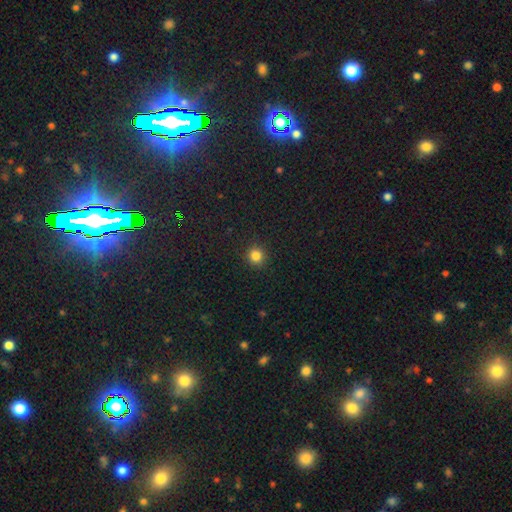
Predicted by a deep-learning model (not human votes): Smooth or featured? smooth (83%)
How rounded? round (93%)
Merging? none (91%)